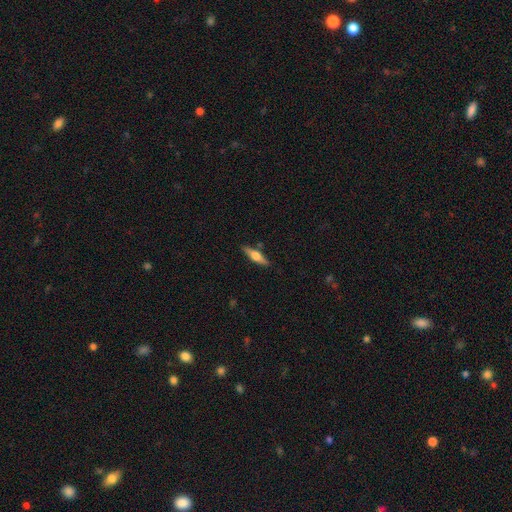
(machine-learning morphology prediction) Smooth or featured: featured or disk — 55% (smooth — 39%)
Edge-on disk: yes — 95% (no — 5%)
Edge-on bulge: rounded — 90% (boxy — 7%)
Merging: none — 84% (minor disturbance — 11%)